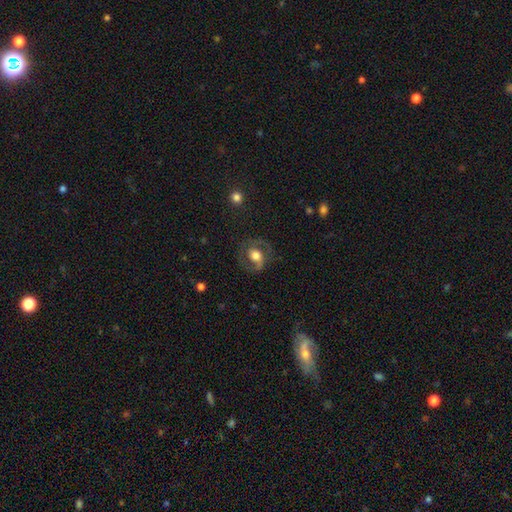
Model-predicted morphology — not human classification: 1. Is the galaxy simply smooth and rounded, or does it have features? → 59% featured or disk, 33% smooth, 8% star or artifact.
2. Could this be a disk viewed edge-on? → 96% no, 4% yes.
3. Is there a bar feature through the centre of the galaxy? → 60% no, 29% weak, 11% strong.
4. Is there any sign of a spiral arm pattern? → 72% yes, 28% no.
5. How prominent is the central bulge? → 53% moderate, 36% large, 6% small, 3% dominant, 2% none.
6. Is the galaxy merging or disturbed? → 69% none, 16% minor disturbance, 13% major disturbance, 1% merger.